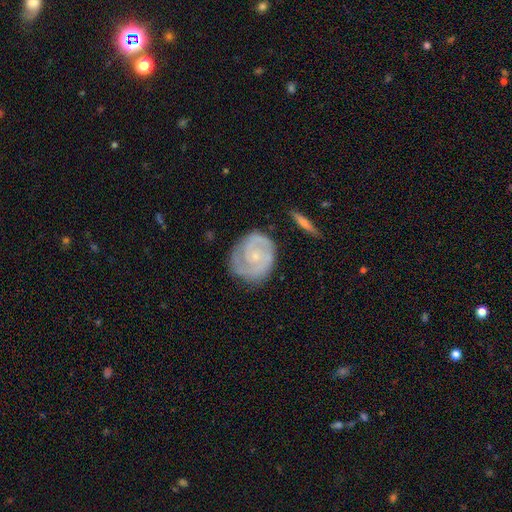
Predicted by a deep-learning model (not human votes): The model was most divided on "spiral arm count": 2: 58%, can't tell: 16%, 3: 11%, 1: 10%, 4: 3%, more than 4: 2%. More confident: edge-on disk — no (97%); spiral arms — yes (95%); smooth or featured — featured or disk (80%); merging — none (75%); bulge size — small (74%); bar — no (73%); spiral winding — tight (68%).